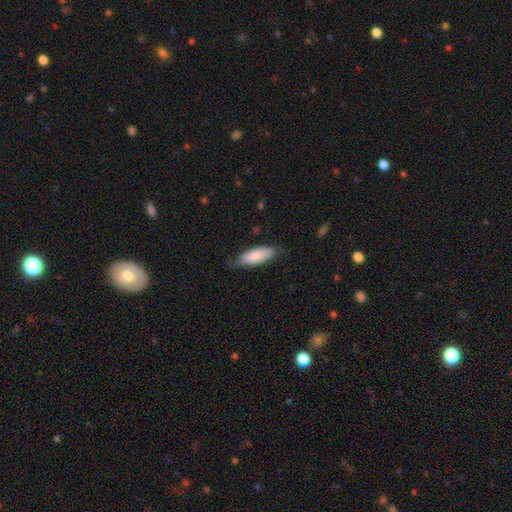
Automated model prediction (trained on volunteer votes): smooth-or-featured: smooth: 83% | featured or disk: 12% | star or artifact: 5%
  how-rounded: in between: 70% | cigar-shaped: 29% | round: 2%
  merging: none: 74% | minor disturbance: 21% | major disturbance: 3% | merger: 1%